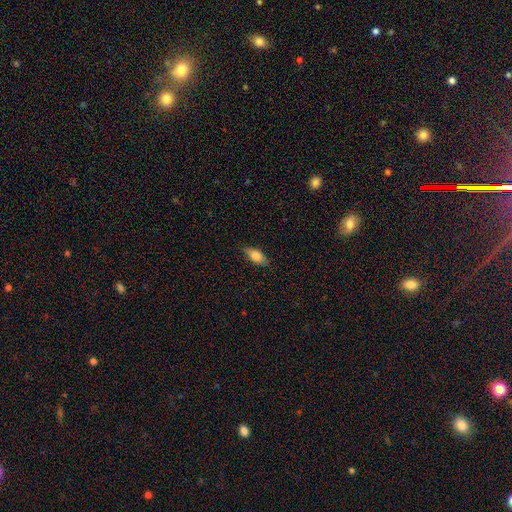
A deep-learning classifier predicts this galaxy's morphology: A smooth galaxy with no disk features (77%) that is in between round and cigar-shaped (84%). Merging: none (84%).